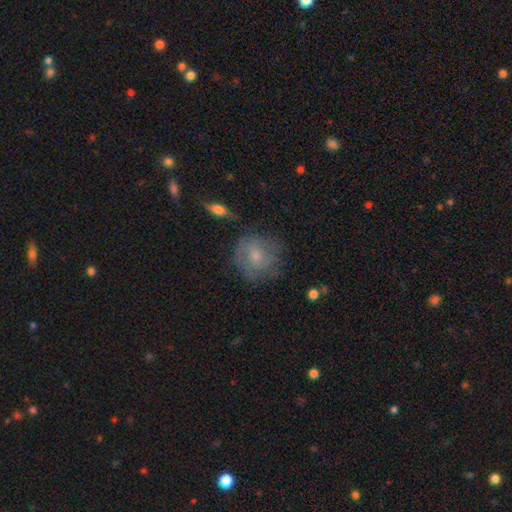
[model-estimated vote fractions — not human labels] Overall: smooth (57%; featured or disk 34%). How rounded: round (84%). Merging: none (67%).